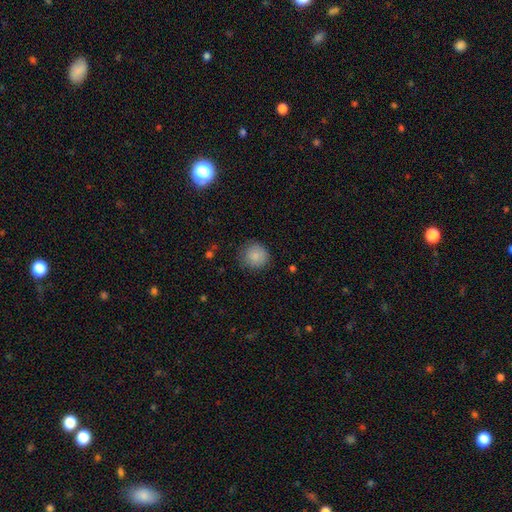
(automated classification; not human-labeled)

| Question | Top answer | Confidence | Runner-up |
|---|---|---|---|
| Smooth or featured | smooth | 86% | star or artifact (8%) |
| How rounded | round | 92% | in between (7%) |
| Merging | none | 81% | minor disturbance (14%) |